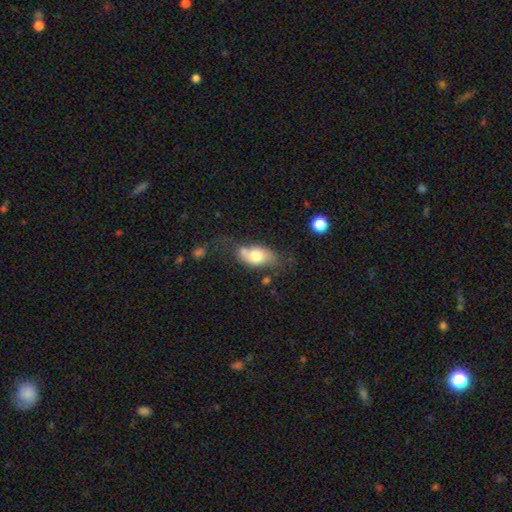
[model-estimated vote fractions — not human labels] Q: Smooth or featured?
A: smooth (67%); runner-up: featured or disk (26%)
Q: How rounded?
A: in between (87%); runner-up: round (9%)
Q: Merging?
A: none (50%); runner-up: minor disturbance (26%)